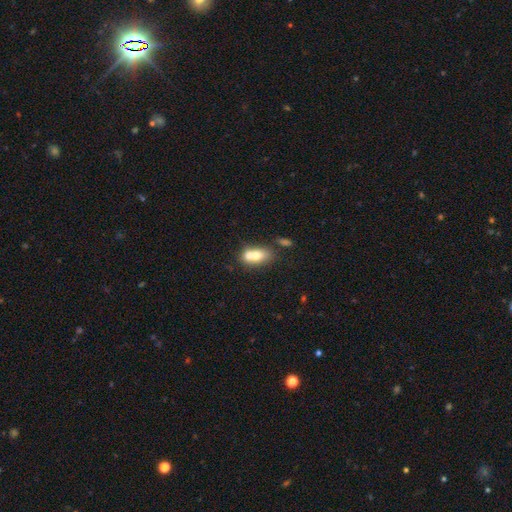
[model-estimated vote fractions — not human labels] The model was most divided on "merging": merger: 61%, none: 26%, minor disturbance: 9%, major disturbance: 4%. More confident: how rounded — in between (69%); smooth or featured — smooth (68%).